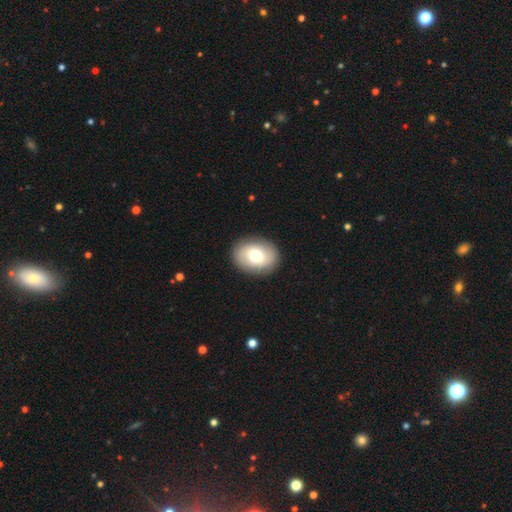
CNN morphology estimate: The model was most divided on "how rounded": in between: 62%, round: 37%, cigar-shaped: 1%. More confident: merging — none (89%); smooth or featured — smooth (72%).